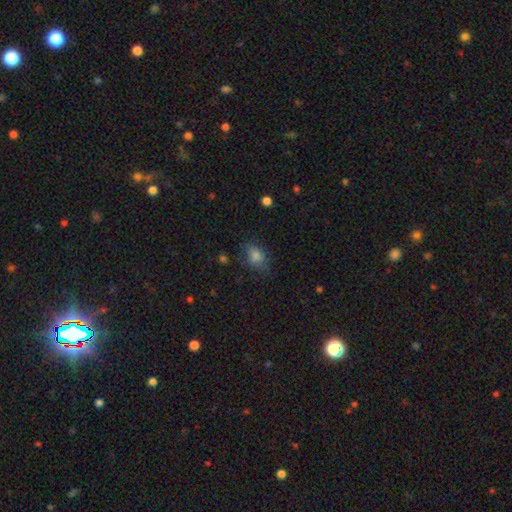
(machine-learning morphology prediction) Smooth or featured? smooth (77%)
How rounded? in between (74%)
Merging? none (71%)